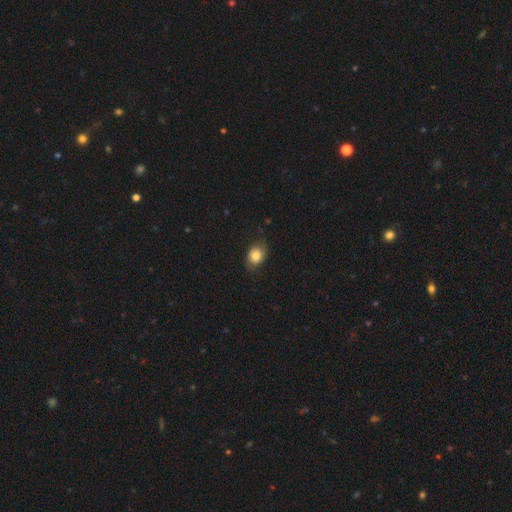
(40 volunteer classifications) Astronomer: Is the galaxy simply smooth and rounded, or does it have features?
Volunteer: smooth — 78%.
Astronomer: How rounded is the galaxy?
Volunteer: in between — 52% (runner-up: round, 48%).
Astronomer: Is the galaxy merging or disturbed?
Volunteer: none — 63%.